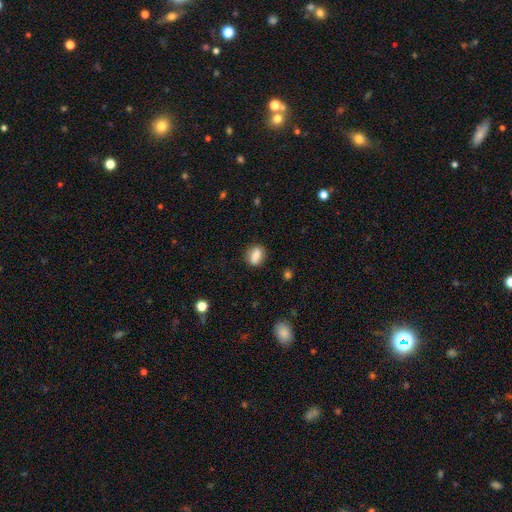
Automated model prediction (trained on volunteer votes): Overall: smooth (79%). How rounded: in between (65%; round 30%). Merging: none (83%).